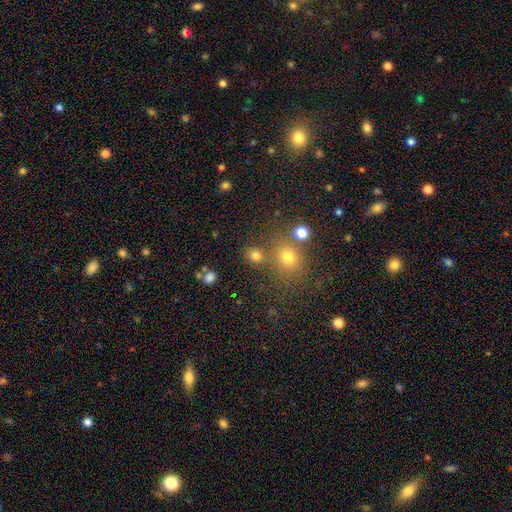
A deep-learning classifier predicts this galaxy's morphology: Smooth or featured: smooth — 78% (star or artifact — 16%)
How rounded: round — 84% (in between — 15%)
Merging: none — 72% (merger — 16%)